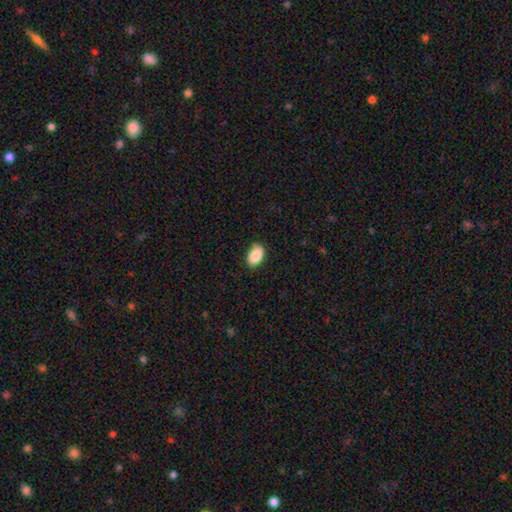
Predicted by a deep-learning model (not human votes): Smooth or featured: smooth — 89% (star or artifact — 7%)
How rounded: in between — 93% (round — 6%)
Merging: none — 84% (minor disturbance — 13%)